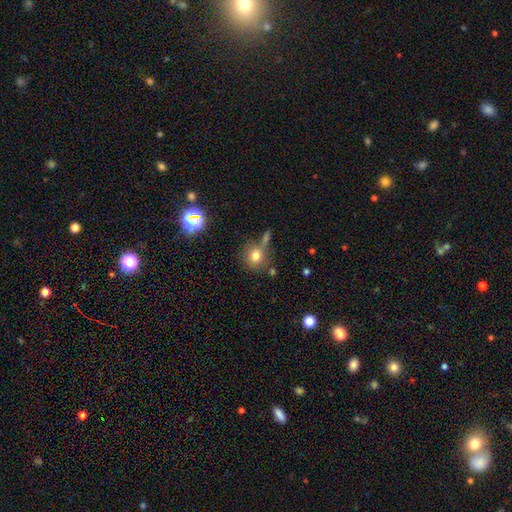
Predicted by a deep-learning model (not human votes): Smooth or featured: smooth — 76% (star or artifact — 14%)
How rounded: round — 85% (in between — 14%)
Merging: none — 65% (merger — 16%)